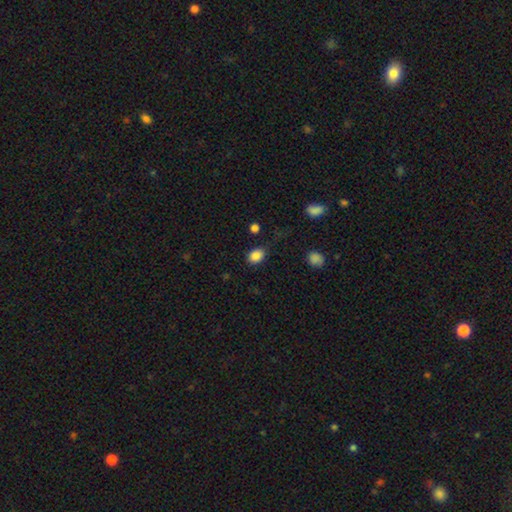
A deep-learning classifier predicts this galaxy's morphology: A smooth galaxy with no disk features (86%) that is in between round and cigar-shaped (67%).

Vote fractions:
- Smooth or featured? smooth: 86% / star or artifact: 10% / featured or disk: 5%
- How rounded? in between: 67% / round: 31% / cigar-shaped: 1%
- Merging? none: 80% / minor disturbance: 15% / major disturbance: 4% / merger: 2%